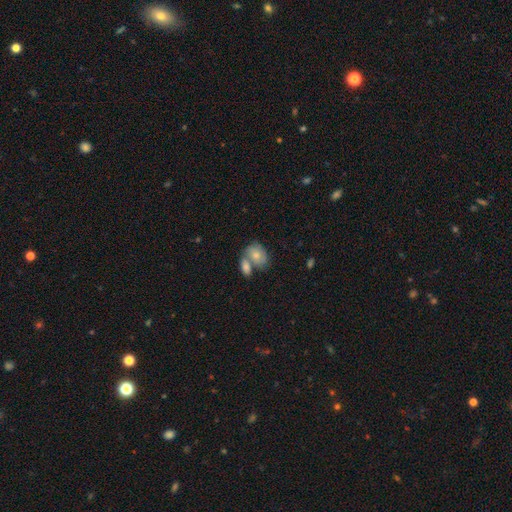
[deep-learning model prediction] A smooth galaxy with no disk features (71%) that is in between round and cigar-shaped (73%). Merging: merger (52%).